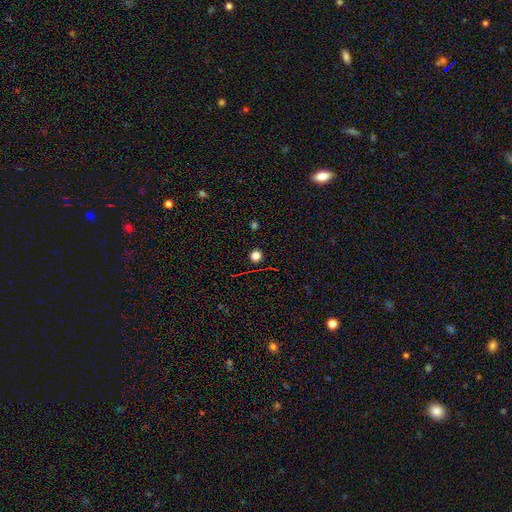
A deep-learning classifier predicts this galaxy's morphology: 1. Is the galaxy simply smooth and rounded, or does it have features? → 70% smooth, 25% star or artifact, 6% featured or disk.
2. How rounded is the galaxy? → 92% round, 7% in between, 1% cigar-shaped.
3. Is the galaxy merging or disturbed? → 90% none, 6% minor disturbance, 2% major disturbance, 2% merger.